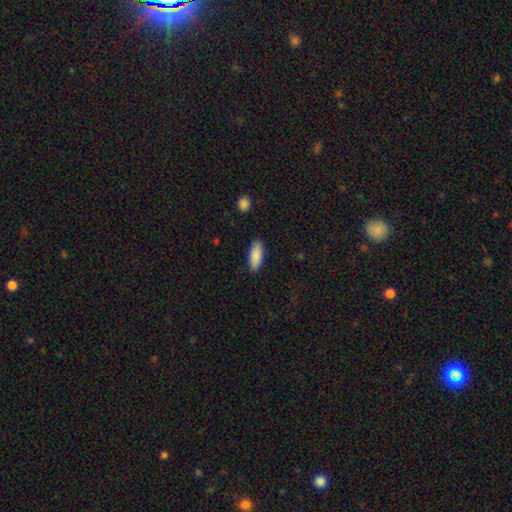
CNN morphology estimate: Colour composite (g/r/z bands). It shows a smooth galaxy with no disk features (89%) that is in between round and cigar-shaped (75%). Merging: none (87%).